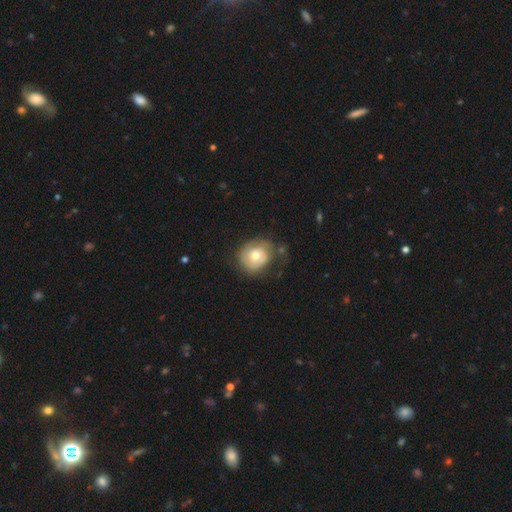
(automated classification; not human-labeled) Smooth or featured? featured or disk (47%)
Merging? none (51%)